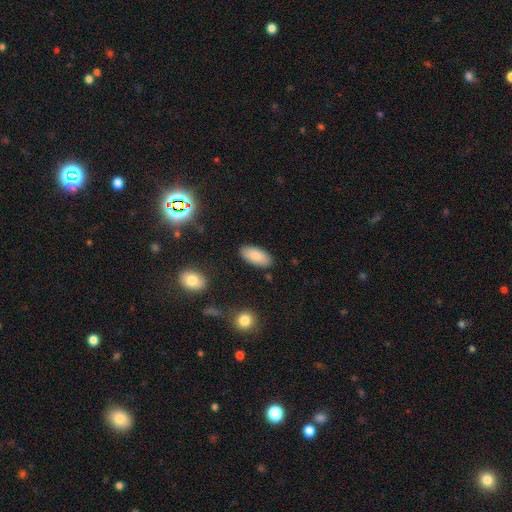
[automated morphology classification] A smooth galaxy with no disk features (85%) that is in between round and cigar-shaped (91%).

Vote fractions:
- Smooth or featured? smooth: 85% / featured or disk: 8% / star or artifact: 7%
- How rounded? in between: 91% / cigar-shaped: 7% / round: 2%
- Merging? none: 87% / minor disturbance: 9% / major disturbance: 2% / merger: 2%